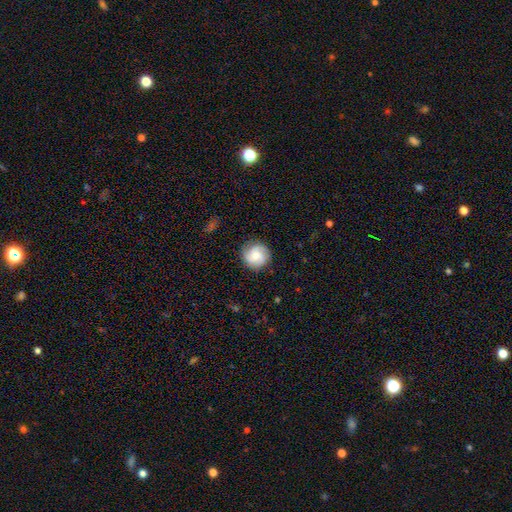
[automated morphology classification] This appears to be a featured or disk galaxy (46%). Merging: none (84%).